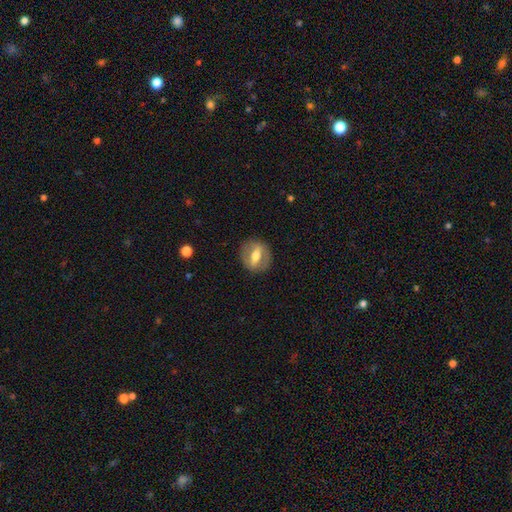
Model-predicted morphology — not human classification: Smooth or featured: featured or disk — 58% (smooth — 35%)
Edge-on disk: no — 74% (yes — 26%)
Merging: none — 86% (minor disturbance — 9%)